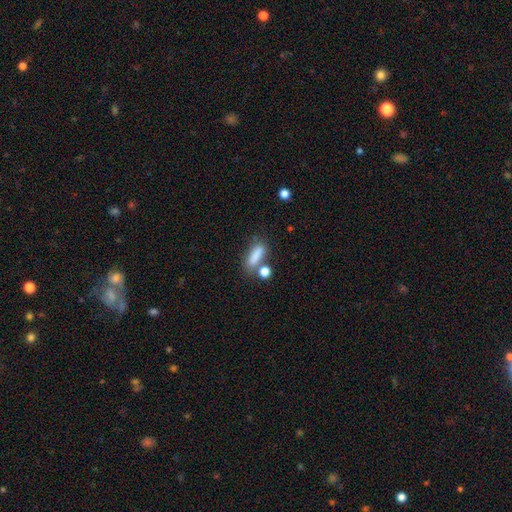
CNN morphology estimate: smooth_or_featured: smooth (p=0.81) [alt: star or artifact p=0.10]
how_rounded: in between (p=0.56) [alt: cigar-shaped p=0.37]
merging: none (p=0.57) [alt: merger p=0.19]